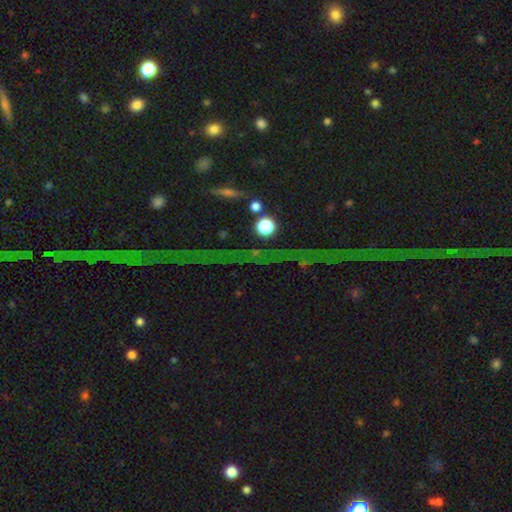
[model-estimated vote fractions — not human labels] Smooth or featured? star or artifact (83%)